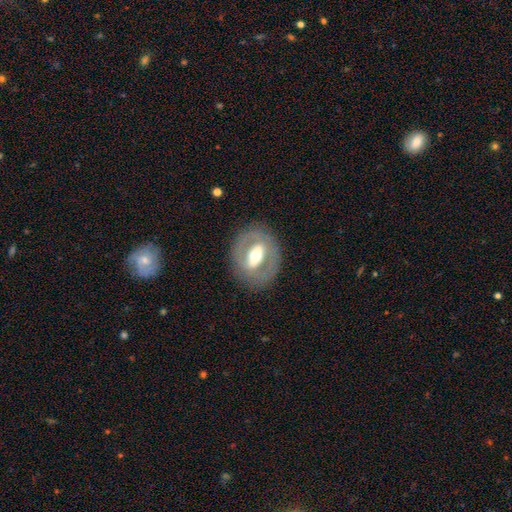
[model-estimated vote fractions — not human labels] Morphology: type=featured or disk (65%); edge-on=no (89%); bar=strong (47%); spiral arms=no (76%); bulge=moderate (66%); merging=none (81%).